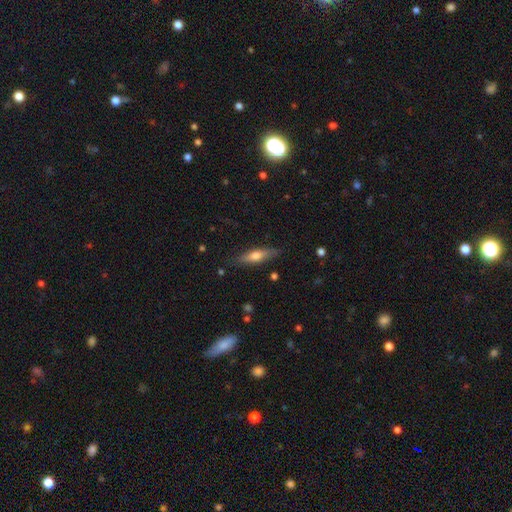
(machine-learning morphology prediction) Smooth or featured? smooth (54%)
How rounded? cigar-shaped (66%)
Merging? none (83%)